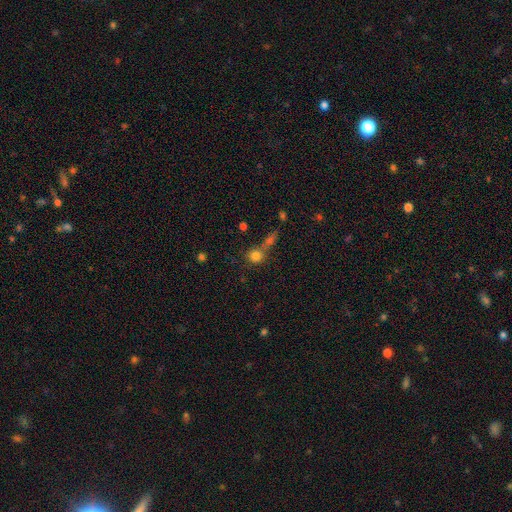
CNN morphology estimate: smooth 78%, star or artifact 13%, featured or disk 9%. Down the decision tree: how rounded — round (86%); merging — none (50%).